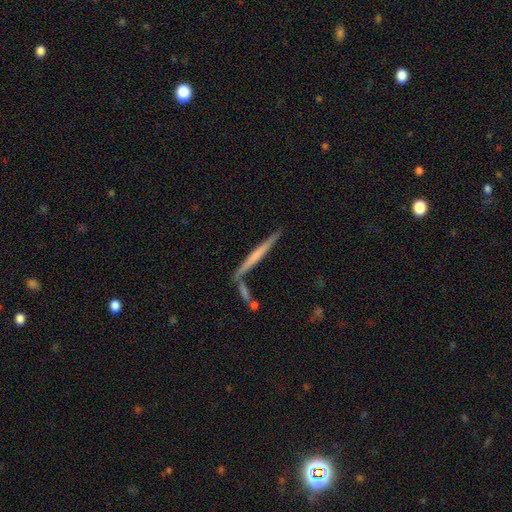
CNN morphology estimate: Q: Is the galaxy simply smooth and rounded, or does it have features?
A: featured or disk — 50%.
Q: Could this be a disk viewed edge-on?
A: yes — 95%.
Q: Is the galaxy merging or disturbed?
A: none — 70%.